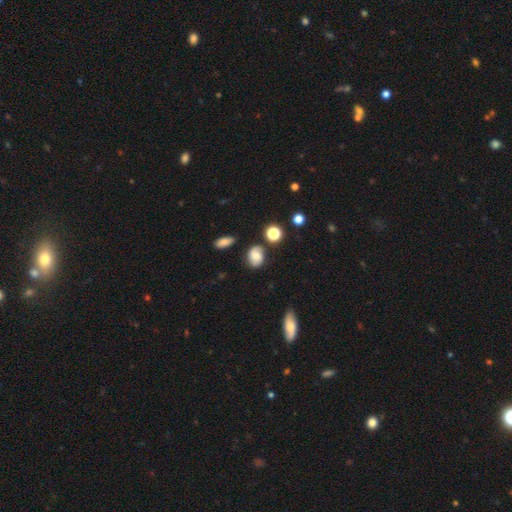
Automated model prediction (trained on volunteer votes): A smooth galaxy with no disk features (57%) that is in between round and cigar-shaped (59%).

Vote fractions:
- Smooth or featured? smooth: 57% / featured or disk: 30% / star or artifact: 12%
- How rounded? in between: 59% / round: 40% / cigar-shaped: 2%
- Merging? none: 72% / minor disturbance: 18% / merger: 5% / major disturbance: 5%